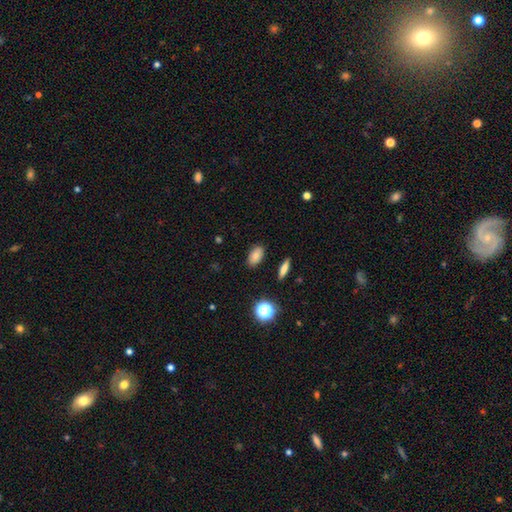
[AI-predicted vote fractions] Smooth or featured?
  - smooth: 82% *
  - star or artifact: 11%
  - featured or disk: 7%
How rounded?
  - in between: 88% *
  - round: 8%
  - cigar-shaped: 4%
Merging?
  - none: 88% *
  - minor disturbance: 8%
  - major disturbance: 2%
  - merger: 2%